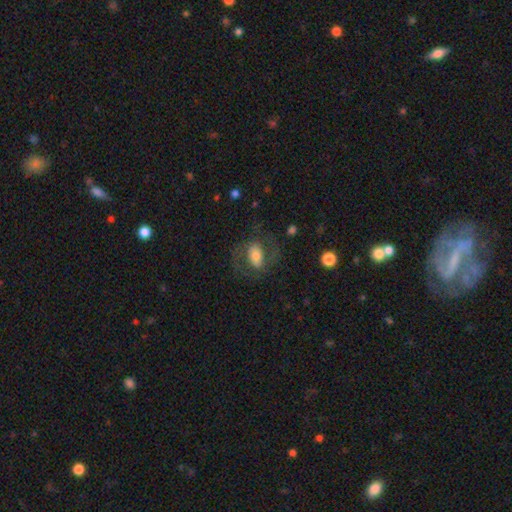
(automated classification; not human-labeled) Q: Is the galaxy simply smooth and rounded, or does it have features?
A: smooth — 46%, tied with featured or disk.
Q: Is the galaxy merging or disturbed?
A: none — 61%.